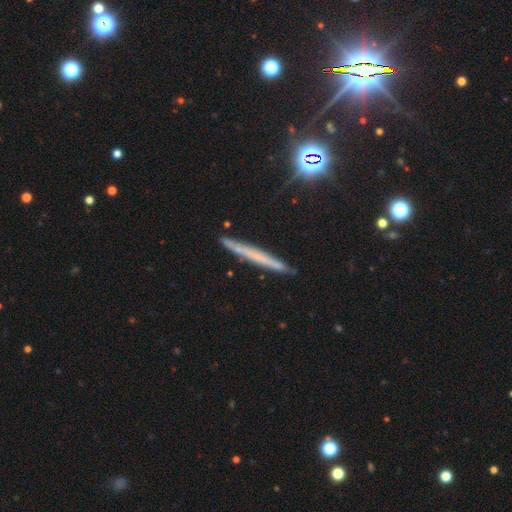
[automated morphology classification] smooth_or_featured: featured or disk (p=0.46) [alt: smooth p=0.43]
merging: none (p=0.89) [alt: minor disturbance p=0.08]